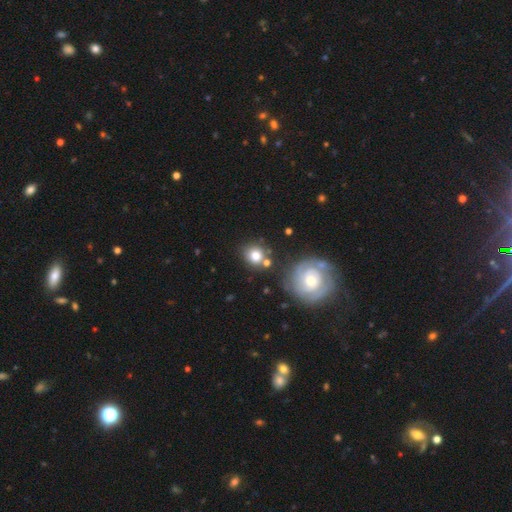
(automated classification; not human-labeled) The model was most divided on "merging": none: 67%, merger: 14%, minor disturbance: 14%, major disturbance: 5%. More confident: how rounded — round (80%); smooth or featured — smooth (72%).